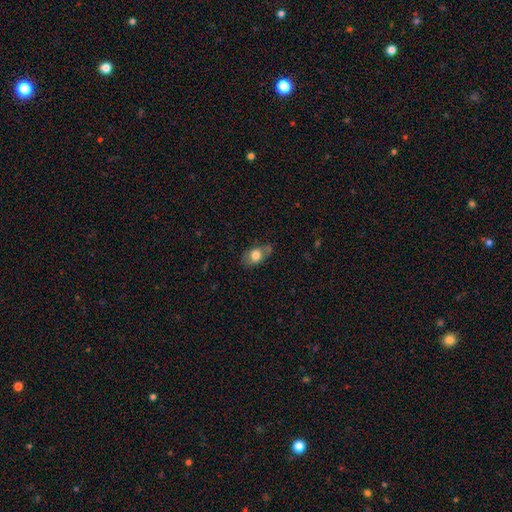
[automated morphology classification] Q: Smooth or featured?
A: smooth (72%); runner-up: featured or disk (20%)
Q: How rounded?
A: in between (81%); runner-up: round (16%)
Q: Merging?
A: none (63%); runner-up: minor disturbance (27%)